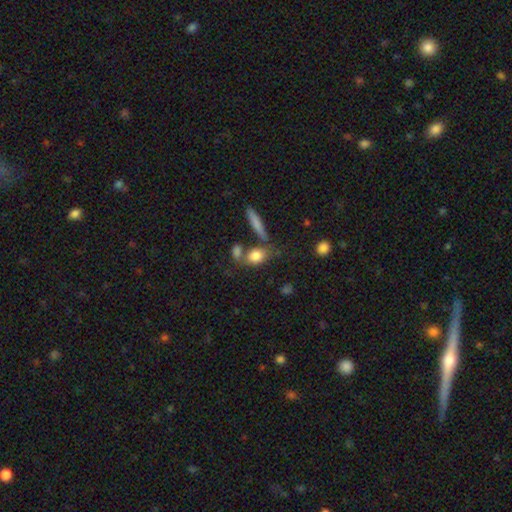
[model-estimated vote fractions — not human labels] A smooth galaxy with no disk features (79%) that is in between round and cigar-shaped (63%). Merging: none (53%).